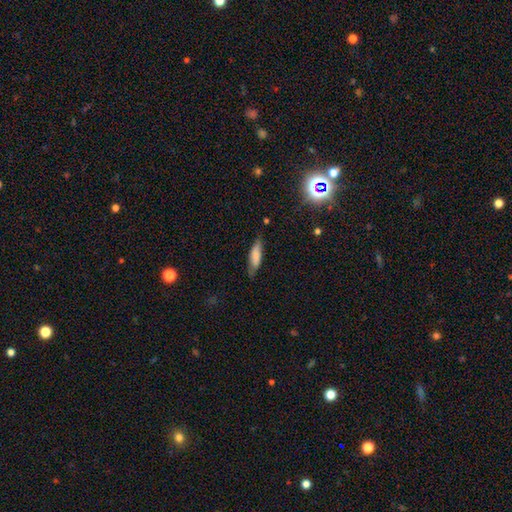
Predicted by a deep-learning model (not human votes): This appears to be a smooth galaxy with no disk features (73%) that is cigar-shaped (64%). Merging: none (74%).